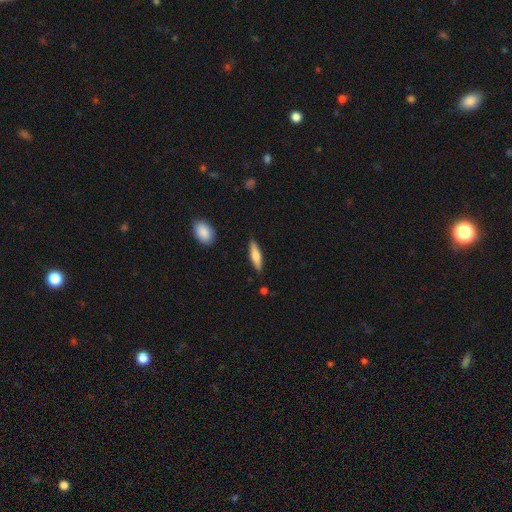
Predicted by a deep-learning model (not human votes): smooth 62%, featured or disk 32%, star or artifact 6%. Down the decision tree: how rounded — cigar-shaped (70%); merging — none (88%).